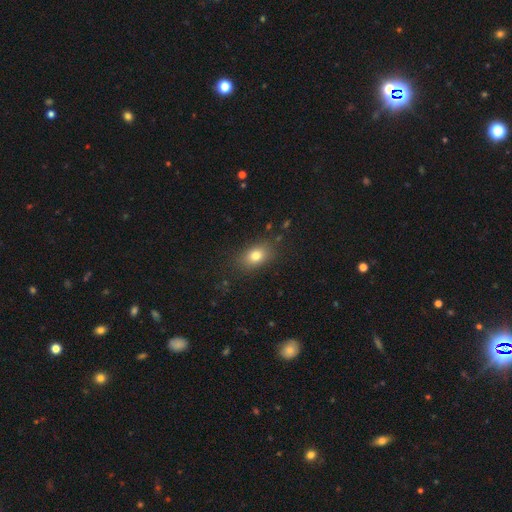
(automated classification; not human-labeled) The model was most divided on "how rounded": in between: 75%, round: 23%, cigar-shaped: 2%. More confident: merging — none (83%); smooth or featured — smooth (78%).